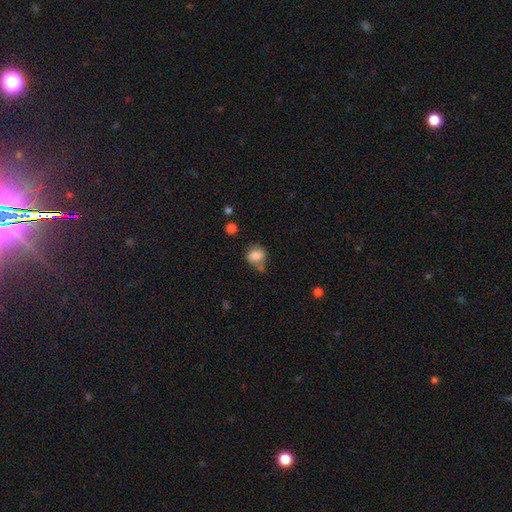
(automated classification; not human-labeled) Smooth or featured: smooth — 80% (featured or disk — 10%)
How rounded: round — 55% (in between — 44%)
Merging: none — 48% (minor disturbance — 25%)